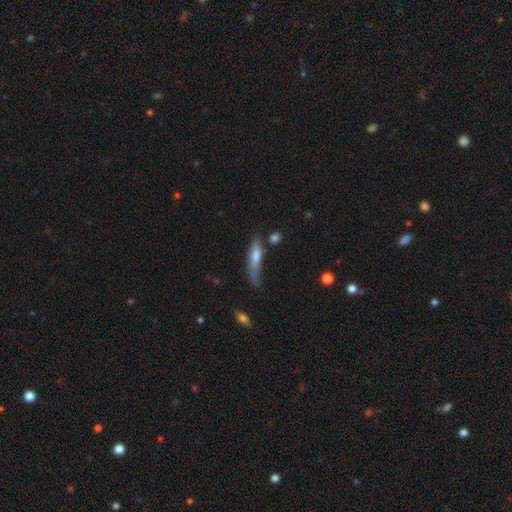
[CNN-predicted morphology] smooth_or_featured: smooth (p=0.59) [alt: featured or disk p=0.33]
how_rounded: cigar-shaped (p=0.71) [alt: in between p=0.27]
merging: none (p=0.40) [alt: minor disturbance p=0.32]